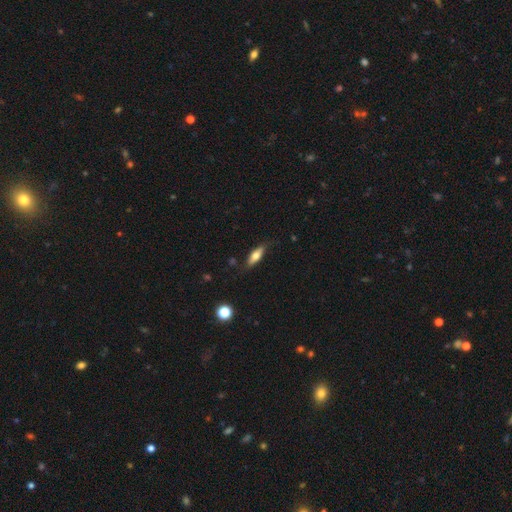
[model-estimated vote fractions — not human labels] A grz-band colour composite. It shows a smooth galaxy with no disk features (65%) that is in between round and cigar-shaped (55%). Merging: none (78%).